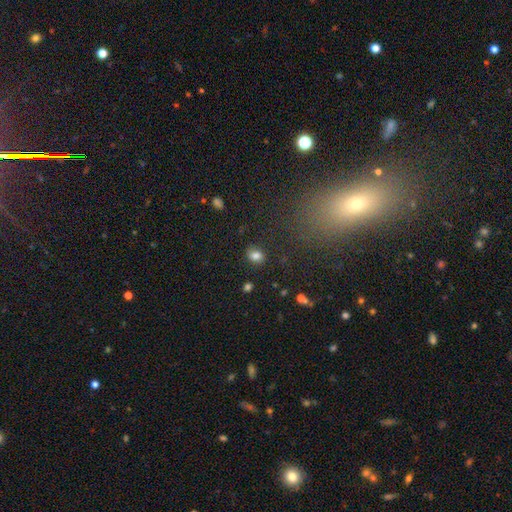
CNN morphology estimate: Smooth or featured? Predicted: smooth (p=0.80). How rounded? Predicted: in between (p=0.59). Merging? Predicted: none (p=0.82).